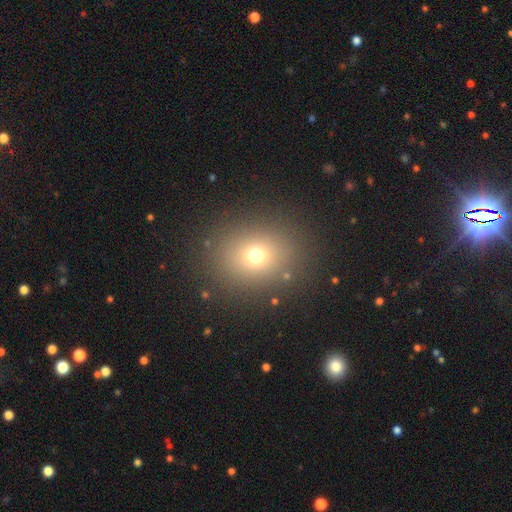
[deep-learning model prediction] This is likely a smooth galaxy (69%). How rounded: likely round (68%). Merging: clearly none (86%).